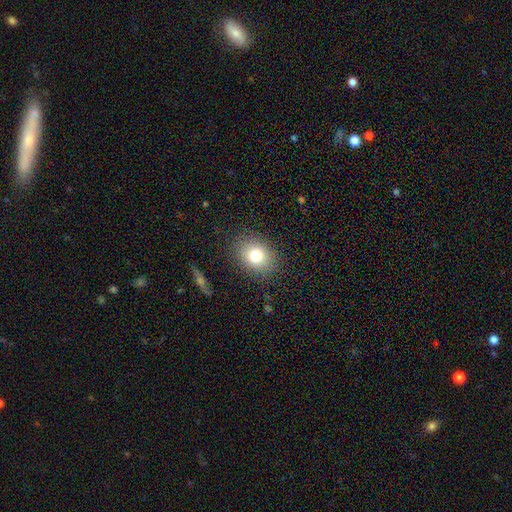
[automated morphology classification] smooth-or-featured: smooth: 78% | featured or disk: 11% | star or artifact: 11%
  how-rounded: in between: 56% | round: 43% | cigar-shaped: 1%
  merging: none: 85% | minor disturbance: 10% | major disturbance: 3% | merger: 1%